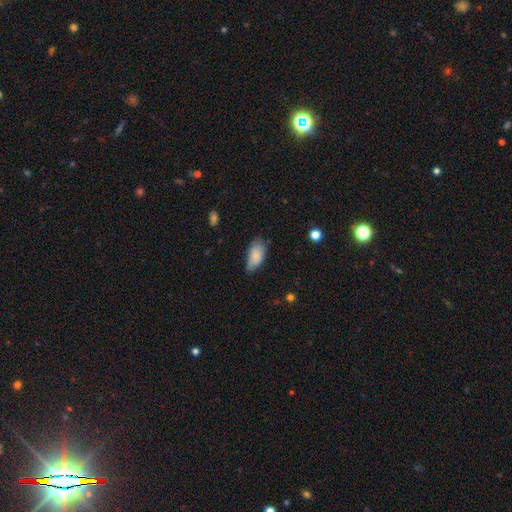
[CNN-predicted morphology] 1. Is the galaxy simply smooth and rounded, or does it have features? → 84% smooth, 9% featured or disk, 7% star or artifact.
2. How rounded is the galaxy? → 93% in between, 5% cigar-shaped, 3% round.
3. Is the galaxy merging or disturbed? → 61% none, 32% minor disturbance, 6% major disturbance, 2% merger.